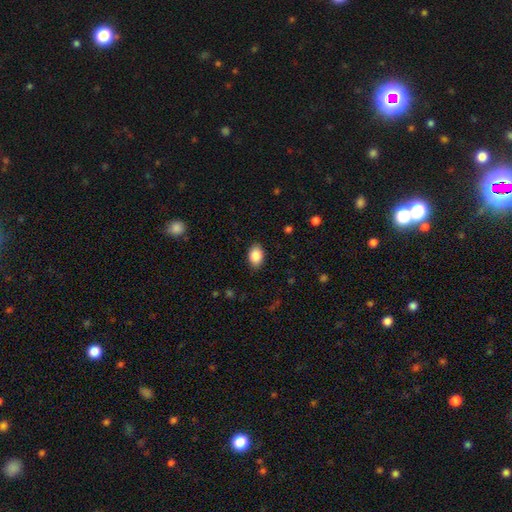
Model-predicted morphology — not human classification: Overall: smooth (87%). How rounded: in between (81%). Merging: none (86%).